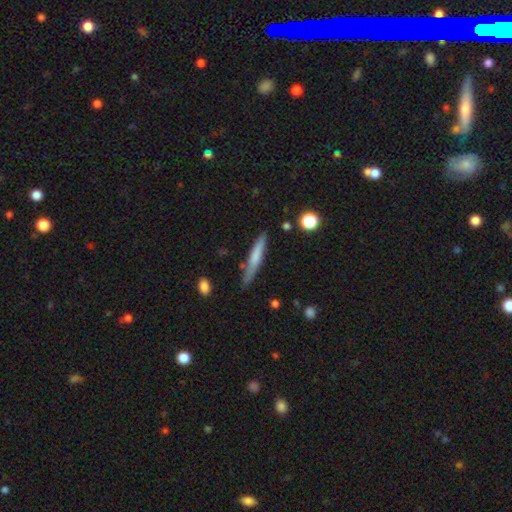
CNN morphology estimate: Smooth or featured?
  - smooth: 63% *
  - featured or disk: 31%
  - star or artifact: 7%
How rounded?
  - cigar-shaped: 93% *
  - in between: 6%
  - round: 1%
Merging?
  - none: 79% *
  - minor disturbance: 14%
  - merger: 3%
  - major disturbance: 3%